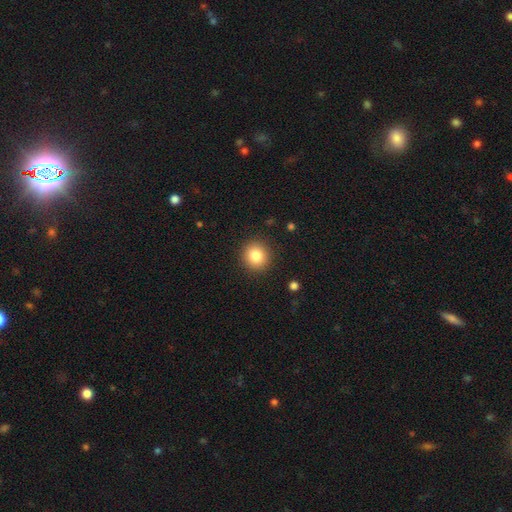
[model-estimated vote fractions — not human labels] Smooth or featured? Predicted: smooth (p=0.84). How rounded? Predicted: round (p=0.87). Merging? Predicted: none (p=0.90).